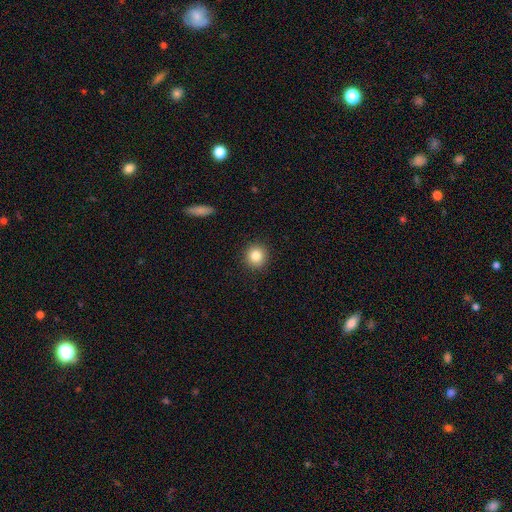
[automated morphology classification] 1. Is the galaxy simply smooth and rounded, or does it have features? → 84% smooth, 10% star or artifact, 7% featured or disk.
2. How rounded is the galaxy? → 93% round, 6% in between, 1% cigar-shaped.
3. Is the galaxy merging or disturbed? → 92% none, 5% minor disturbance, 2% major disturbance, 1% merger.